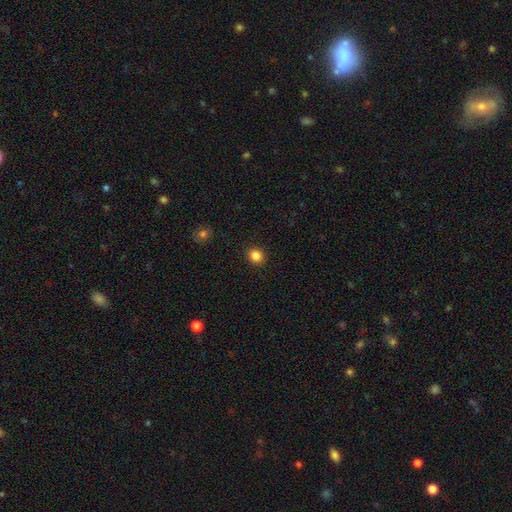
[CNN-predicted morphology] Smooth or featured? Predicted: smooth (p=0.85). How rounded? Predicted: round (p=0.81). Merging? Predicted: none (p=0.92).